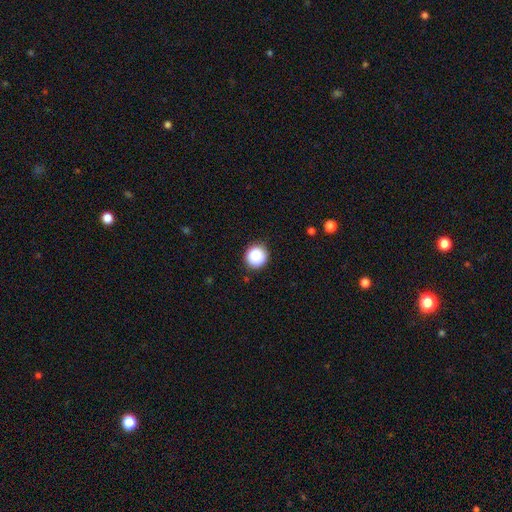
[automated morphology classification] Q: Smooth or featured?
A: smooth (87%); runner-up: star or artifact (9%)
Q: How rounded?
A: round (93%); runner-up: in between (6%)
Q: Merging?
A: none (90%); runner-up: minor disturbance (7%)